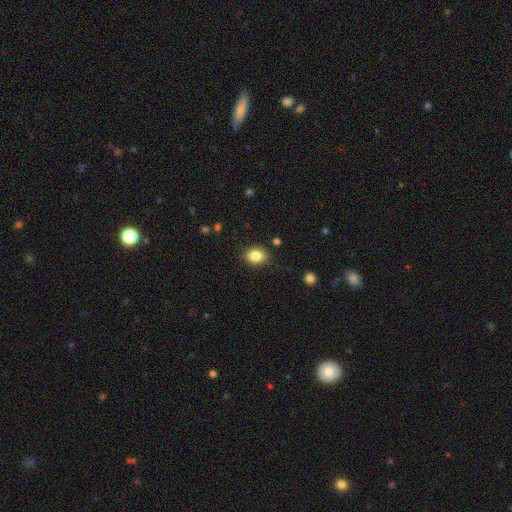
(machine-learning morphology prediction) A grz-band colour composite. It shows a smooth galaxy with no disk features (84%) that is in between round and cigar-shaped (62%). Merging: none (86%).